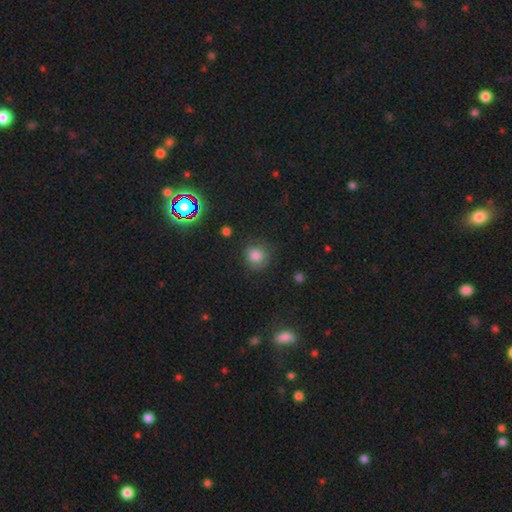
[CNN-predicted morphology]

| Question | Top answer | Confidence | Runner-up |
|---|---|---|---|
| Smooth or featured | smooth | 77% | star or artifact (16%) |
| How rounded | round | 89% | in between (10%) |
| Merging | none | 80% | minor disturbance (13%) |